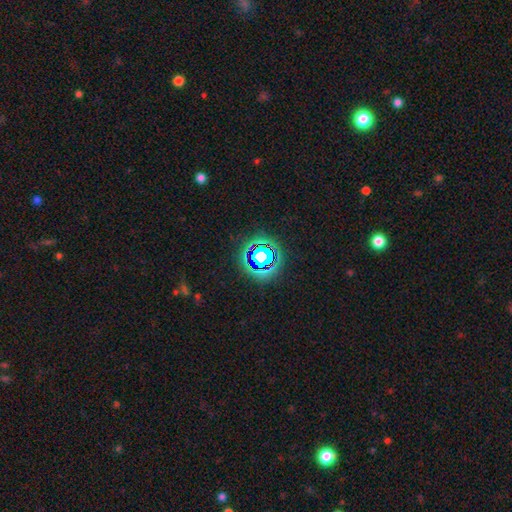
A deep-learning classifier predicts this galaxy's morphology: Smooth or featured: star or artifact — 77% (smooth — 15%)